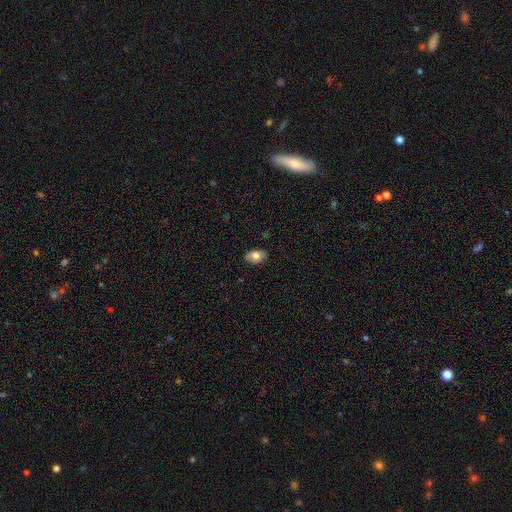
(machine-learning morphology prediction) Smooth or featured: smooth — 74% (featured or disk — 19%)
How rounded: in between — 89% (round — 10%)
Merging: none — 85% (minor disturbance — 12%)